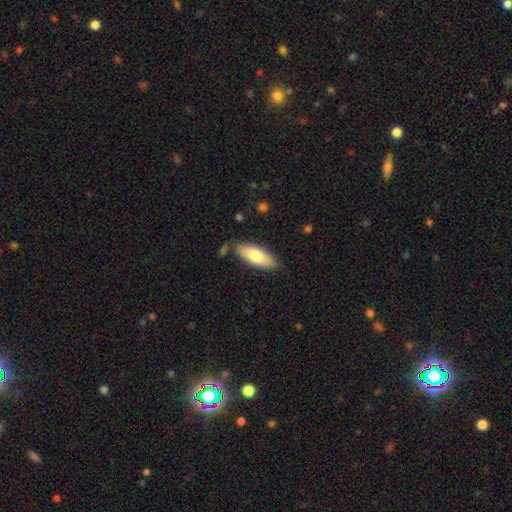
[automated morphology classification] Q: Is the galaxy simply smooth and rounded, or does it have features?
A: smooth — 77%.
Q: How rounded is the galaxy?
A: in between — 73%.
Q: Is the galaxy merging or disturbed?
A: none — 81%.